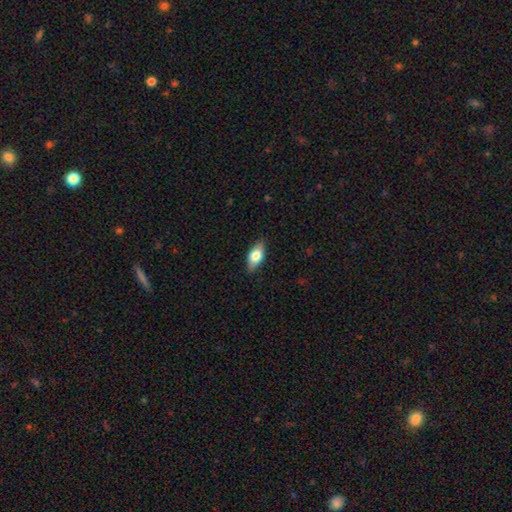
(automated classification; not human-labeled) This appears to be a smooth galaxy with no disk features (68%) that is in between round and cigar-shaped (85%). Merging: none (86%).